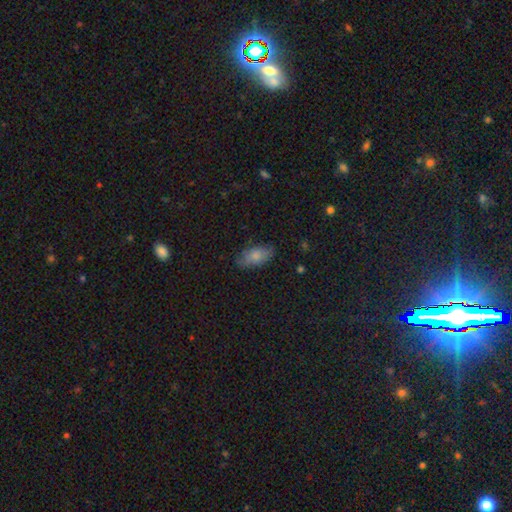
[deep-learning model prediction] Smooth or featured? Predicted: smooth (p=0.78). How rounded? Predicted: in between (p=0.91). Merging? Predicted: none (p=0.74).